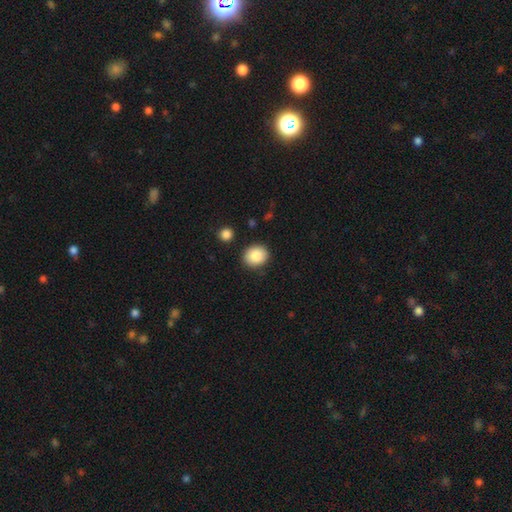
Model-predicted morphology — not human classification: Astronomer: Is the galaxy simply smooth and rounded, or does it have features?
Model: smooth — 87%.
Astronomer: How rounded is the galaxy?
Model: round — 69%.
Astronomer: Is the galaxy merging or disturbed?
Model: none — 87%.